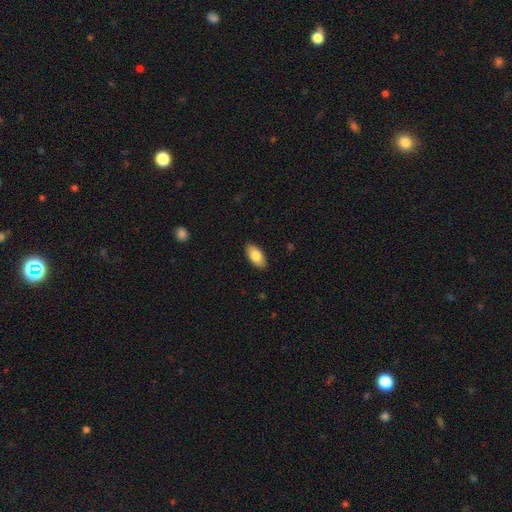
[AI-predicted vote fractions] Q: Smooth or featured?
A: smooth (83%); runner-up: featured or disk (11%)
Q: How rounded?
A: in between (93%); runner-up: cigar-shaped (5%)
Q: Merging?
A: none (88%); runner-up: minor disturbance (9%)